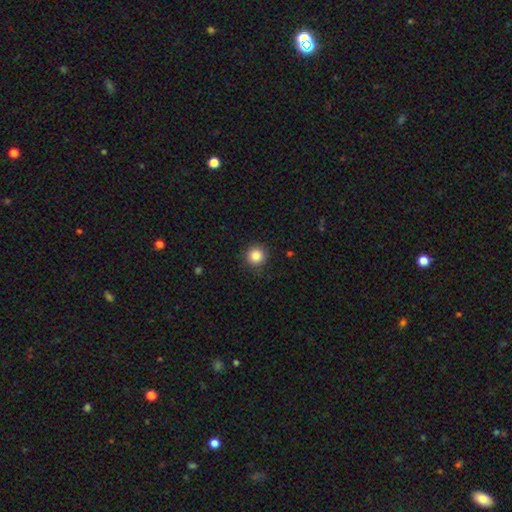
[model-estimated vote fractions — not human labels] The model was most divided on "smooth or featured": smooth: 85%, star or artifact: 11%, featured or disk: 5%. More confident: how rounded — round (94%); merging — none (89%).